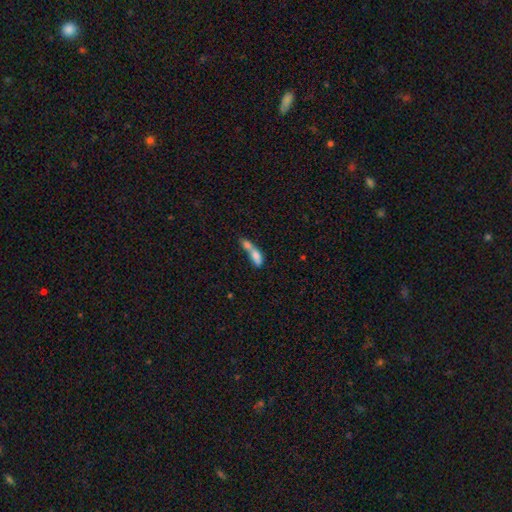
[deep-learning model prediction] Overall: smooth (69%). How rounded: in between (64%; cigar-shaped 29%). Merging: merger (72%).